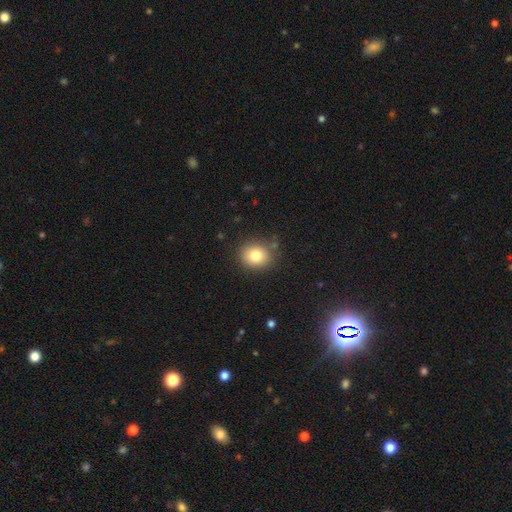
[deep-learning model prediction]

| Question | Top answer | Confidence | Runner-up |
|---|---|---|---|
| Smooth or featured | smooth | 80% | star or artifact (11%) |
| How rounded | round | 70% | in between (29%) |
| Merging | none | 84% | minor disturbance (11%) |